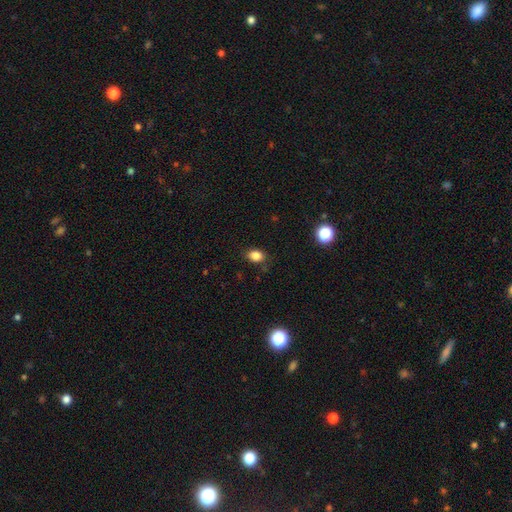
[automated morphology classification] Q: Smooth or featured?
A: smooth (84%); runner-up: star or artifact (11%)
Q: How rounded?
A: in between (67%); runner-up: round (31%)
Q: Merging?
A: none (82%); runner-up: minor disturbance (14%)